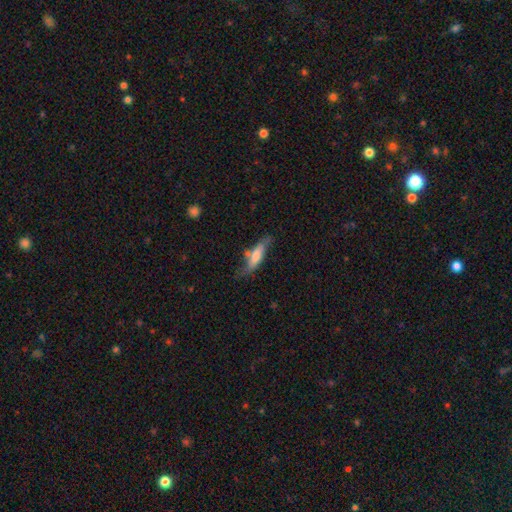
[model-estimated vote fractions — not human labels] A smooth galaxy with no disk features (55%) that is cigar-shaped (65%).

Vote fractions:
- Smooth or featured? smooth: 55% / featured or disk: 38% / star or artifact: 7%
- How rounded? cigar-shaped: 65% / in between: 33% / round: 2%
- Merging? none: 57% / minor disturbance: 27% / major disturbance: 10% / merger: 6%